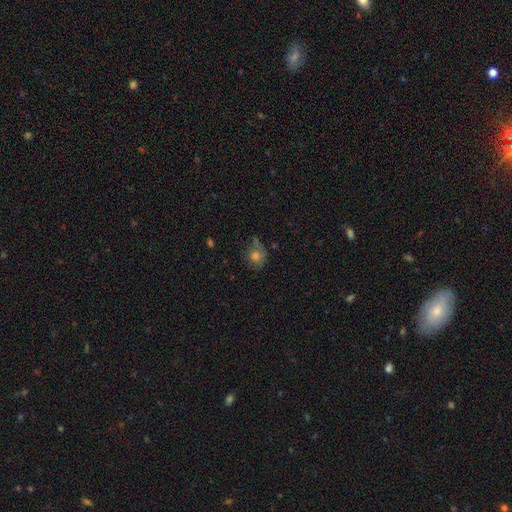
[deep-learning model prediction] This is likely a smooth galaxy (69%). How rounded: likely round (73%). Merging: possibly none (55%).